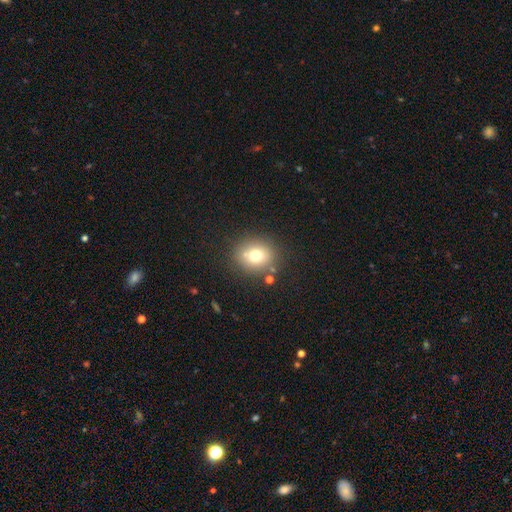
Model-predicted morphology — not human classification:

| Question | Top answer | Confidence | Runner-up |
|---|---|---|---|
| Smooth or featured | smooth | 71% | featured or disk (15%) |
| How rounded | round | 76% | in between (23%) |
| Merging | none | 77% | minor disturbance (11%) |